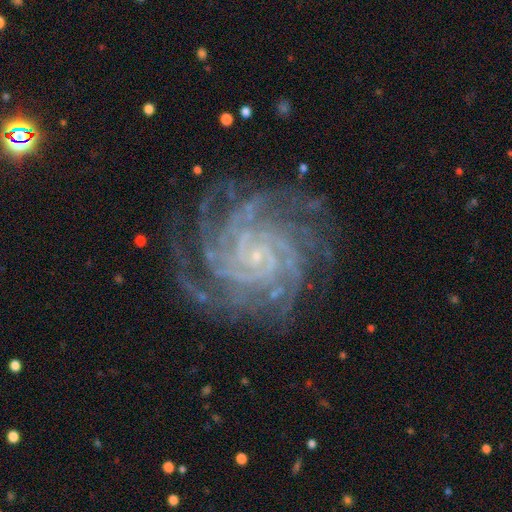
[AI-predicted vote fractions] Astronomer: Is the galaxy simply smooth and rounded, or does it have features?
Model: featured or disk — 92%.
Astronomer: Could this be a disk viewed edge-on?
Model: no — 98%.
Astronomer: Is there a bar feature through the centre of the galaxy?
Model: no — 68%.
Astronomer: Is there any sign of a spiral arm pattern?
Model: yes — 99%.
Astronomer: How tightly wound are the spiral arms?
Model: tight — 82%.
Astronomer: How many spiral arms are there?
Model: more than 4 — 34% (runner-up: 4, 26%).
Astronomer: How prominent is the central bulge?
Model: small — 87%.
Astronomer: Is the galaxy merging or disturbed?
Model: none — 78%.